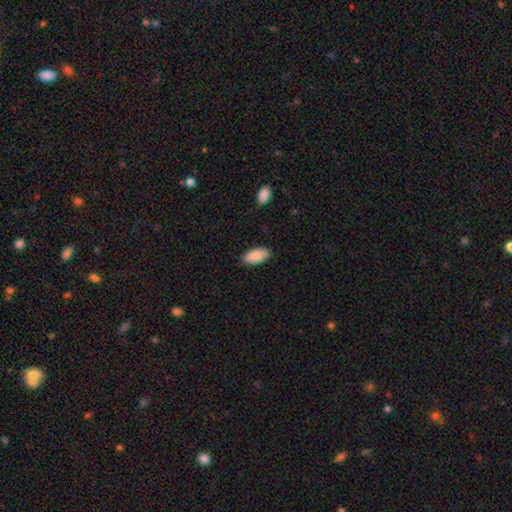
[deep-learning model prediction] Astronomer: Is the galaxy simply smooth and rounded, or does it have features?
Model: smooth — 90%.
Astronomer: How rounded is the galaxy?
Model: in between — 94%.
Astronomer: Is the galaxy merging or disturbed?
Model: none — 87%.